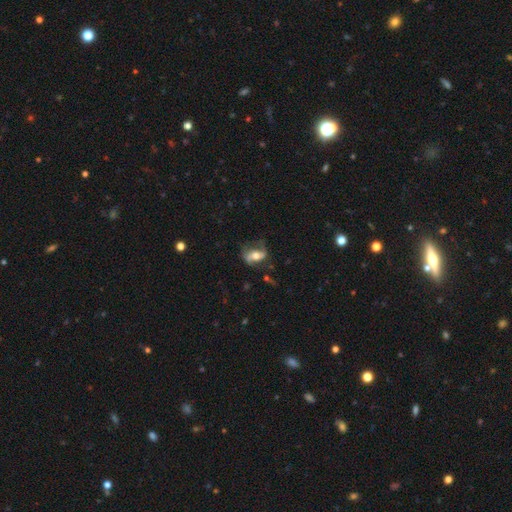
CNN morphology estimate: Overall: featured or disk (61%; smooth 31%). Edge-on disk: no (92%). Bar: no (41%; strong 29%). Spiral arms: yes (76%). Bulge size: moderate (67%). Merging: none (51%; minor disturbance 25%).